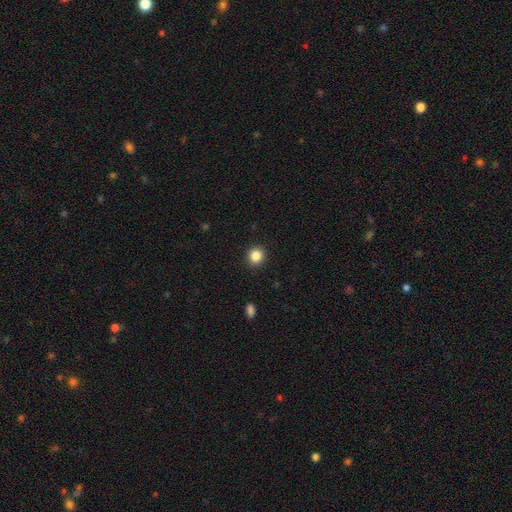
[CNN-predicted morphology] A smooth galaxy with no disk features (85%) that is round (87%). Merging: none (92%).